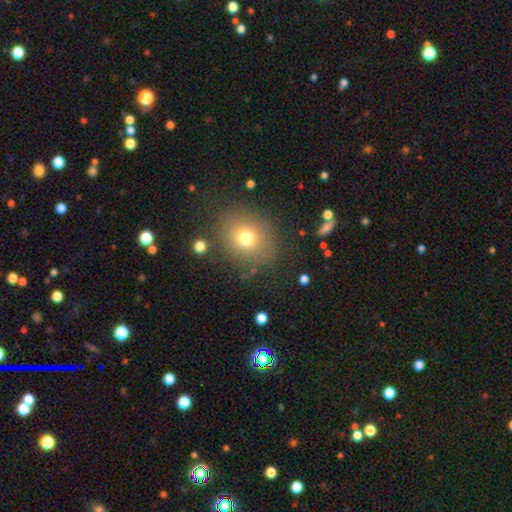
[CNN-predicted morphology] smooth-or-featured: smooth: 62% | star or artifact: 26% | featured or disk: 12%
  how-rounded: round: 79% | in between: 20% | cigar-shaped: 1%
  merging: none: 85% | minor disturbance: 9% | major disturbance: 4% | merger: 2%